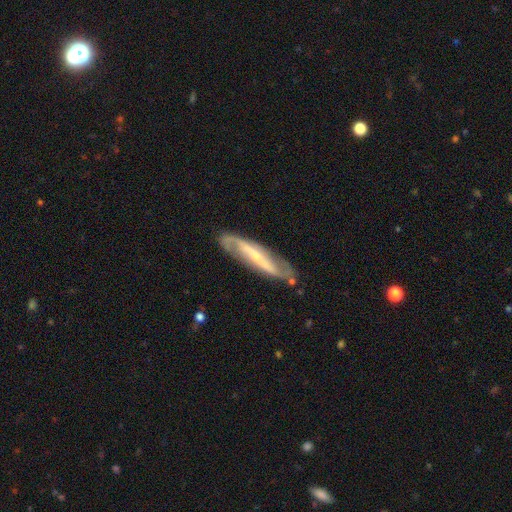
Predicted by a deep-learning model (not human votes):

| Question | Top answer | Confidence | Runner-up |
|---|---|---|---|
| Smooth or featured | featured or disk | 79% | smooth (15%) |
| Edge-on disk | no | 74% | yes (26%) |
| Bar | strong | 61% | weak (24%) |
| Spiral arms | yes | 90% | no (10%) |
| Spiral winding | medium | 38% | tied: loose (38%) |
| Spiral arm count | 2 | 85% | can't tell (9%) |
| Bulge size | small | 67% | moderate (23%) |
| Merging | none | 78% | minor disturbance (15%) |